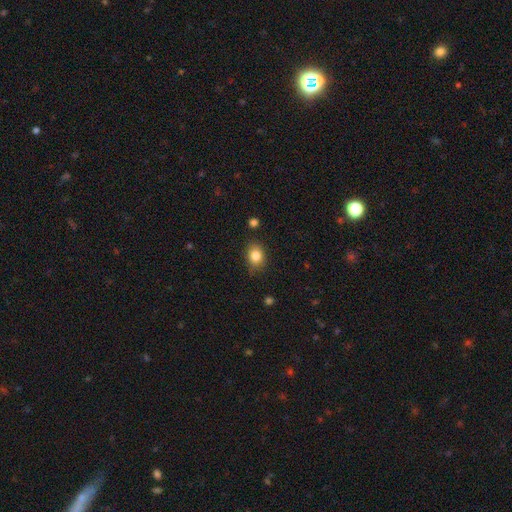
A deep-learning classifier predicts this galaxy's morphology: smooth-or-featured: smooth: 83% | star or artifact: 10% | featured or disk: 7%
  how-rounded: in between: 58% | round: 41% | cigar-shaped: 1%
  merging: none: 78% | minor disturbance: 17% | major disturbance: 3% | merger: 2%